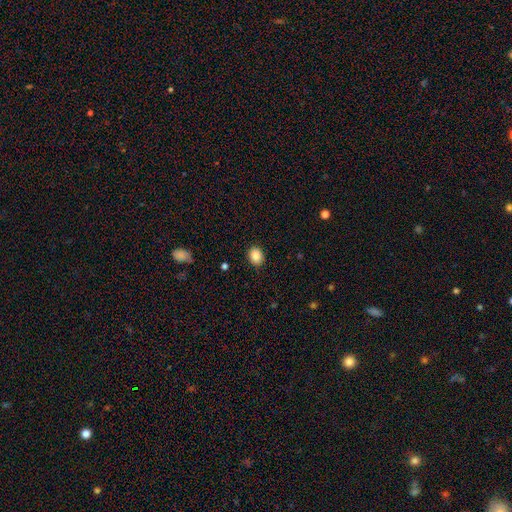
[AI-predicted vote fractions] Morphology: type=smooth (87%); roundness=in between (53%); merging=none (89%).